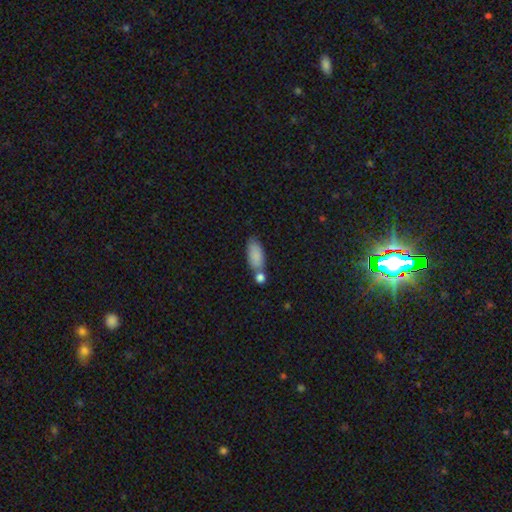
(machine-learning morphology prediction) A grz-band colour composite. It shows a smooth galaxy with no disk features (86%) that is in between round and cigar-shaped (85%). Merging: none (50%).